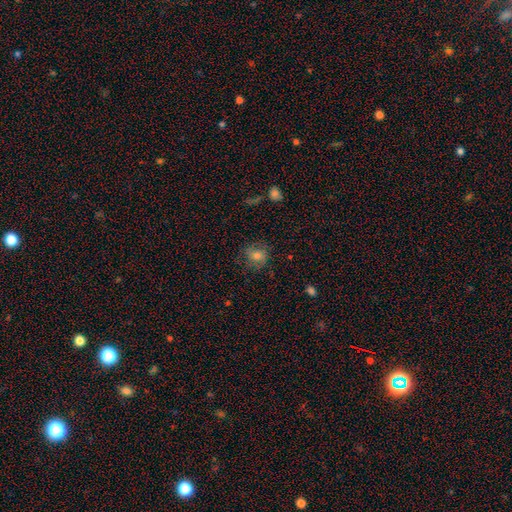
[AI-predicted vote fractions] smooth_or_featured: smooth (p=0.67) [alt: featured or disk p=0.21]
how_rounded: round (p=0.77) [alt: in between p=0.21]
merging: none (p=0.73) [alt: minor disturbance p=0.18]